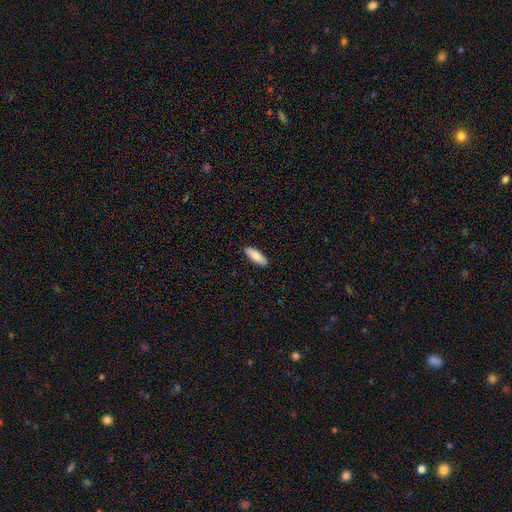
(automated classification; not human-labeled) This is clearly a smooth galaxy (85%). How rounded: likely in between (72%). Merging: clearly none (90%).